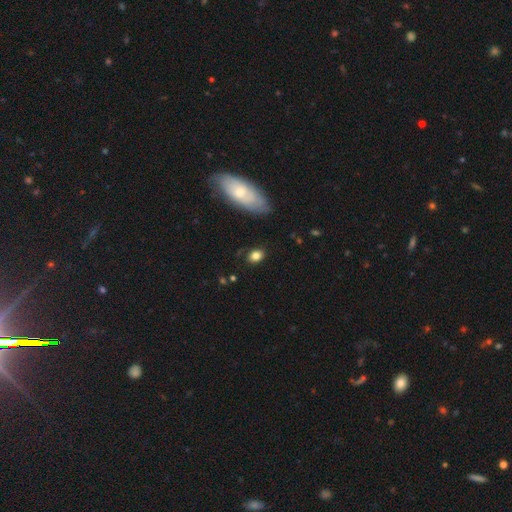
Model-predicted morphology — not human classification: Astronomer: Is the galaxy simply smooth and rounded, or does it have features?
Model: smooth — 82%.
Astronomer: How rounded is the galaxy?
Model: in between — 69%.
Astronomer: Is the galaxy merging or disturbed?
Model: none — 80%.